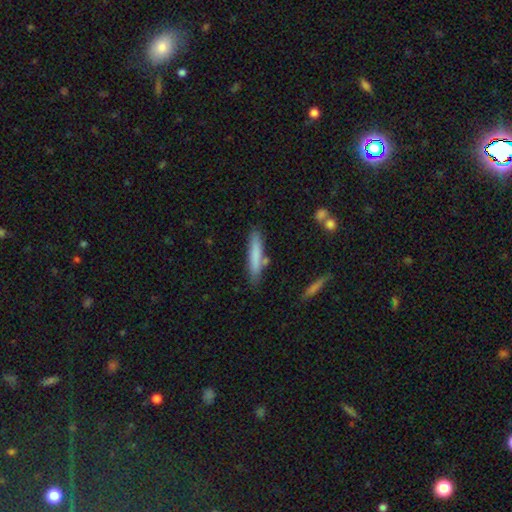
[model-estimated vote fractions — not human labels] Morphology: type=smooth (76%); roundness=cigar-shaped (89%); merging=none (78%).